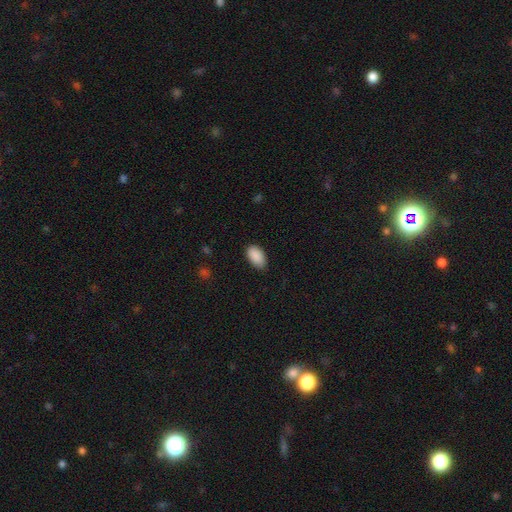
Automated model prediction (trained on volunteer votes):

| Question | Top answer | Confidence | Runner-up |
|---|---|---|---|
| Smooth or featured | smooth | 90% | star or artifact (7%) |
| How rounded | in between | 94% | round (5%) |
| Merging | none | 79% | minor disturbance (17%) |